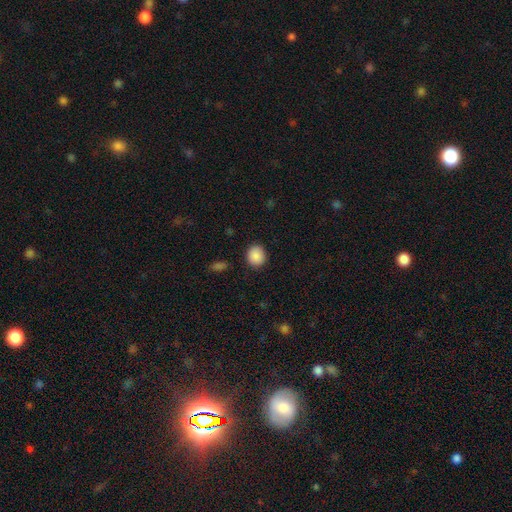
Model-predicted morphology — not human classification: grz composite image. It shows a smooth galaxy with no disk features (89%) that is round (78%). Merging: none (89%).